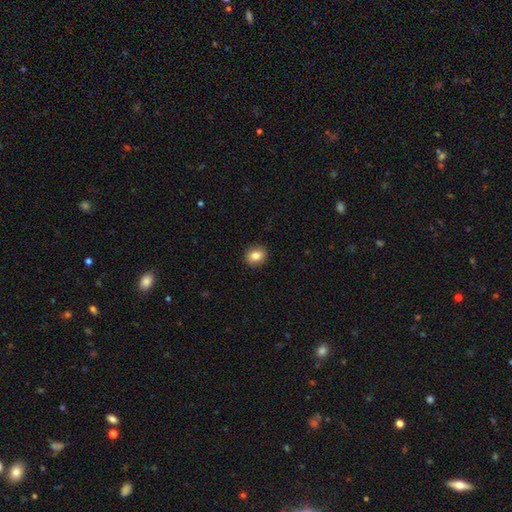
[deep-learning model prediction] Smooth or featured?
  - smooth: 83% *
  - star or artifact: 9%
  - featured or disk: 8%
How rounded?
  - round: 68% *
  - in between: 31%
  - cigar-shaped: 1%
Merging?
  - none: 91% *
  - minor disturbance: 7%
  - major disturbance: 2%
  - merger: 1%